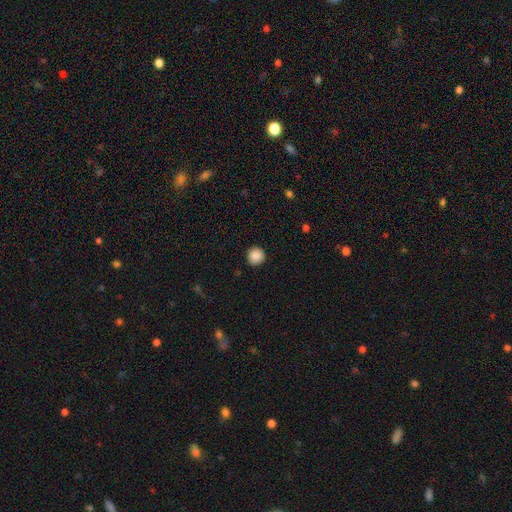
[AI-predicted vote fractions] This is clearly a smooth galaxy (88%). How rounded: clearly round (95%). Merging: clearly none (91%).